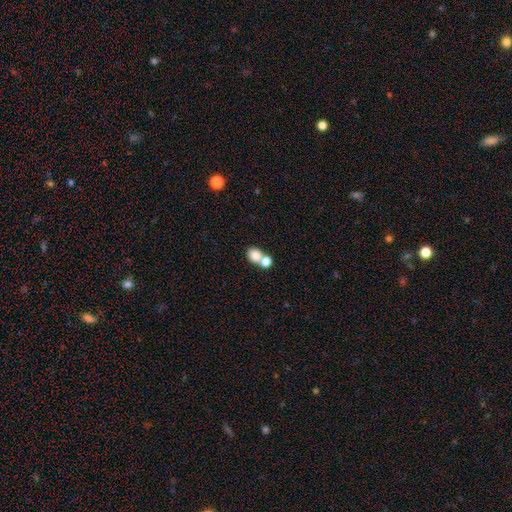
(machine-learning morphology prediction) A smooth galaxy with no disk features (79%) that is round (65%). Merging: merger (54%).